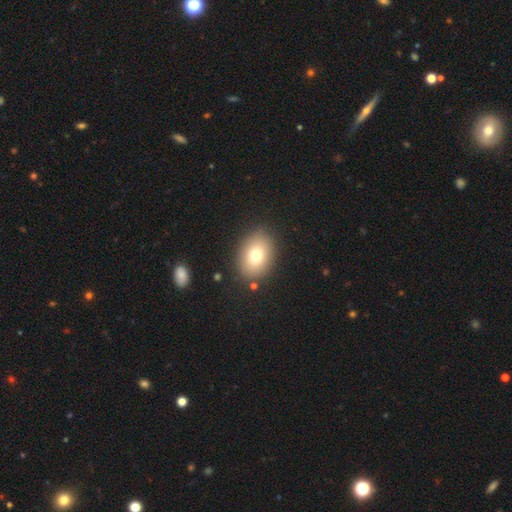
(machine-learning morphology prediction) Q: Smooth or featured?
A: smooth (76%); runner-up: featured or disk (14%)
Q: How rounded?
A: in between (70%); runner-up: round (29%)
Q: Merging?
A: none (86%); runner-up: minor disturbance (9%)